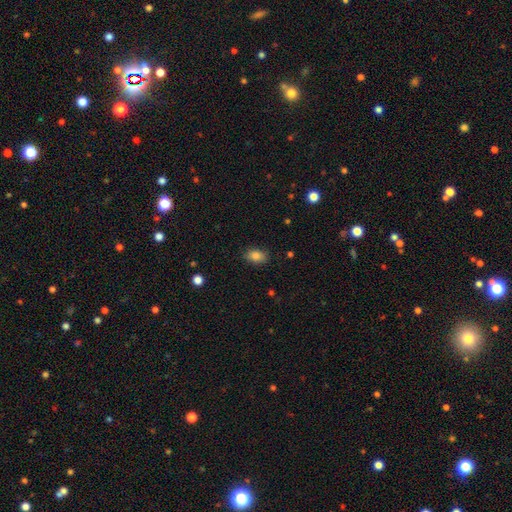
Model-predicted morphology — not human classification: Smooth or featured?
  - smooth: 85% *
  - star or artifact: 9%
  - featured or disk: 5%
How rounded?
  - in between: 85% *
  - round: 13%
  - cigar-shaped: 2%
Merging?
  - none: 85% *
  - minor disturbance: 11%
  - major disturbance: 3%
  - merger: 1%